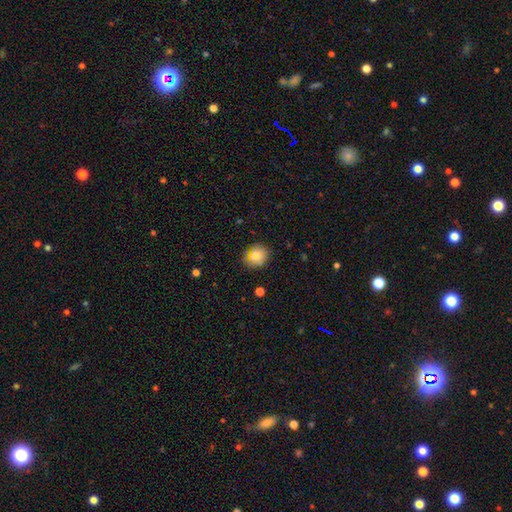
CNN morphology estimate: The model was most divided on "how rounded": round: 73%, in between: 26%, cigar-shaped: 1%. More confident: merging — none (79%); smooth or featured — smooth (73%).